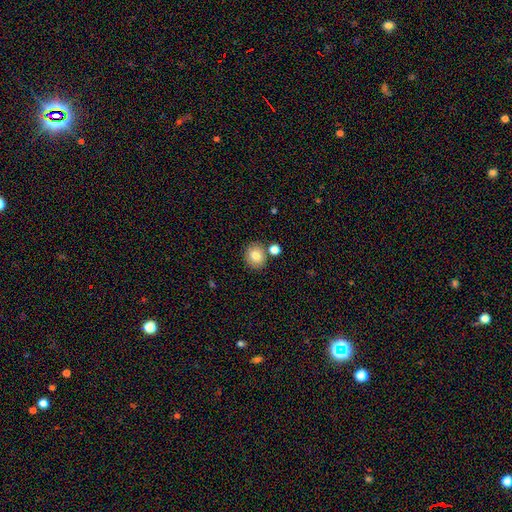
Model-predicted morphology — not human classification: A smooth galaxy with no disk features (80%) that is round (79%).

Vote fractions:
- Smooth or featured? smooth: 80% / star or artifact: 10% / featured or disk: 10%
- How rounded? round: 79% / in between: 20% / cigar-shaped: 1%
- Merging? none: 79% / merger: 10% / minor disturbance: 9% / major disturbance: 2%